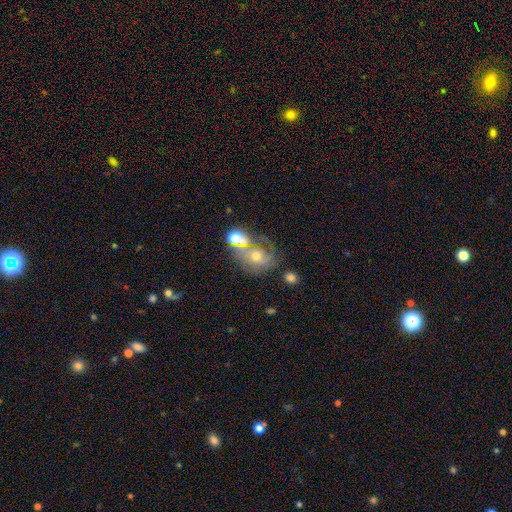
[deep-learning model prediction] Q: Smooth or featured?
A: featured or disk (53%); runner-up: smooth (28%)
Q: Edge-on disk?
A: no (96%); runner-up: yes (4%)
Q: Bar?
A: no (74%); runner-up: weak (20%)
Q: Spiral arms?
A: yes (72%); runner-up: no (28%)
Q: Bulge size?
A: moderate (55%); runner-up: small (37%)
Q: Merging?
A: none (47%); runner-up: merger (21%)